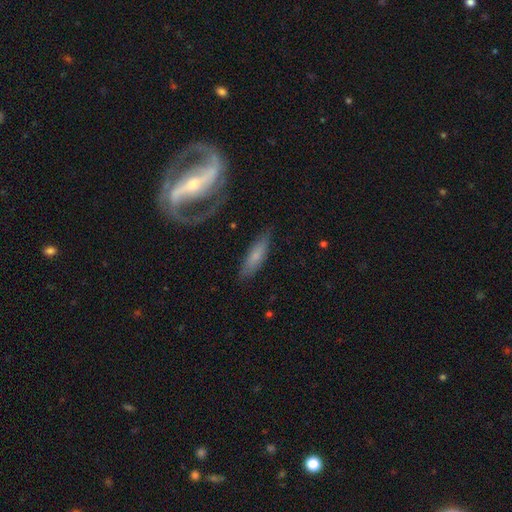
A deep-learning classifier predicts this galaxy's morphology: smooth 53%, featured or disk 40%, star or artifact 7%. Down the decision tree: how rounded — cigar-shaped (58%); merging — none (76%).